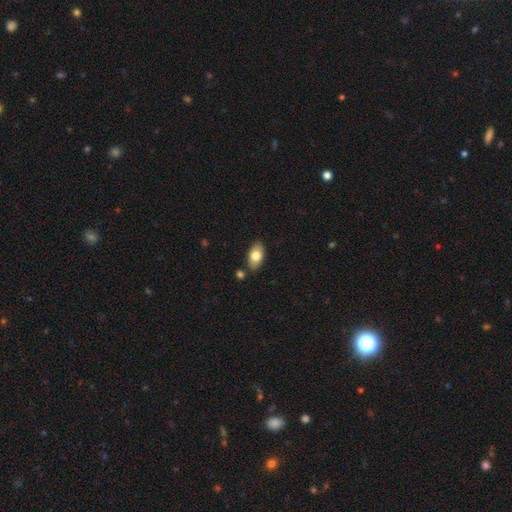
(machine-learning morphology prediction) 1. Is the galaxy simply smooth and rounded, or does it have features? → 78% smooth, 15% featured or disk, 7% star or artifact.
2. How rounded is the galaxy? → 93% in between, 5% round, 2% cigar-shaped.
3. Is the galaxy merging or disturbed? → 82% none, 11% minor disturbance, 5% merger, 2% major disturbance.